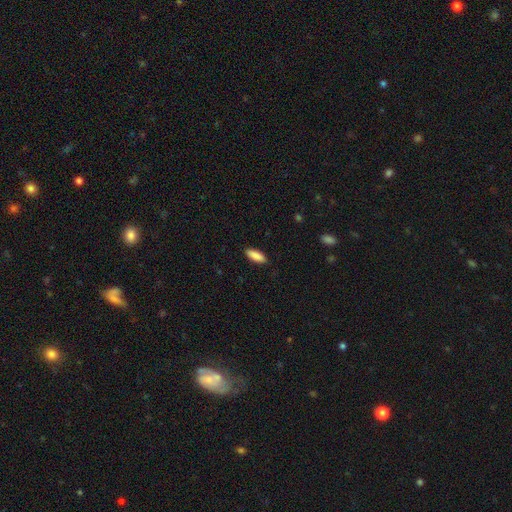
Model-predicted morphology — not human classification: Smooth or featured? smooth (89%)
How rounded? in between (65%)
Merging? none (89%)